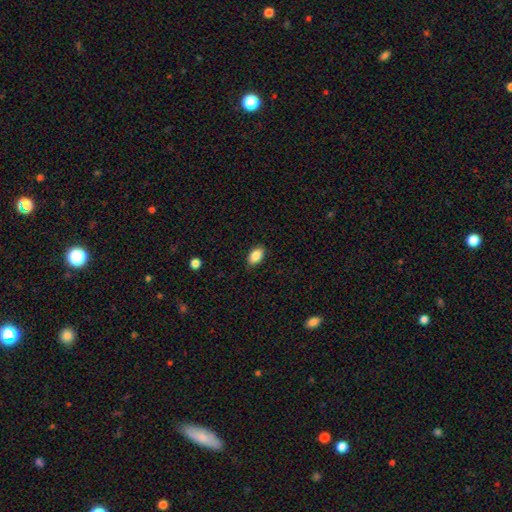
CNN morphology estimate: This appears to be a smooth galaxy with no disk features (87%) that is in between round and cigar-shaped (90%). Merging: none (86%).